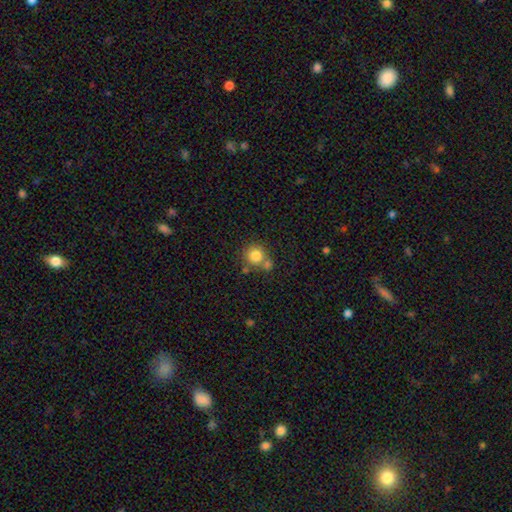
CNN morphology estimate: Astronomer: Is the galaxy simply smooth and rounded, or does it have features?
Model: smooth — 81%.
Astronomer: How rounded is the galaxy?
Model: round — 90%.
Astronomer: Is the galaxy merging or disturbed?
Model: none — 58%.